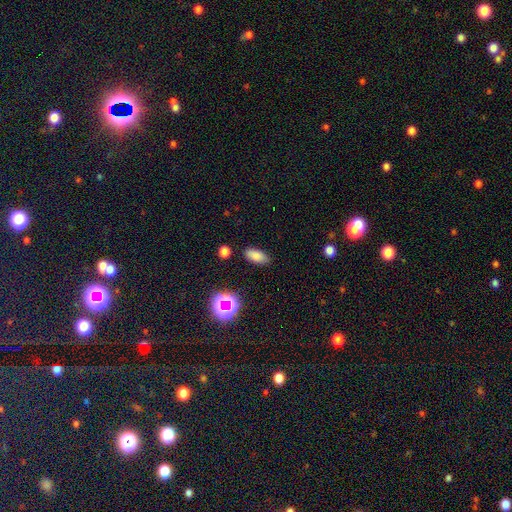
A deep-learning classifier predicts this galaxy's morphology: This appears to be a smooth galaxy with no disk features (80%) that is in between round and cigar-shaped (87%). Merging: none (85%).